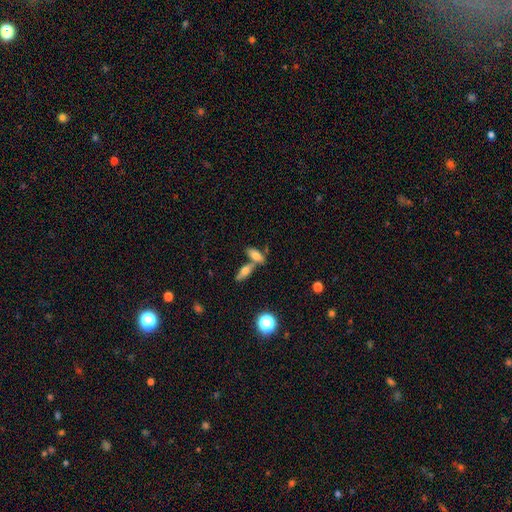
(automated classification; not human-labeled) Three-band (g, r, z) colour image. It shows a smooth galaxy with no disk features (70%) that is in between round and cigar-shaped (68%). Merging: none (47%).